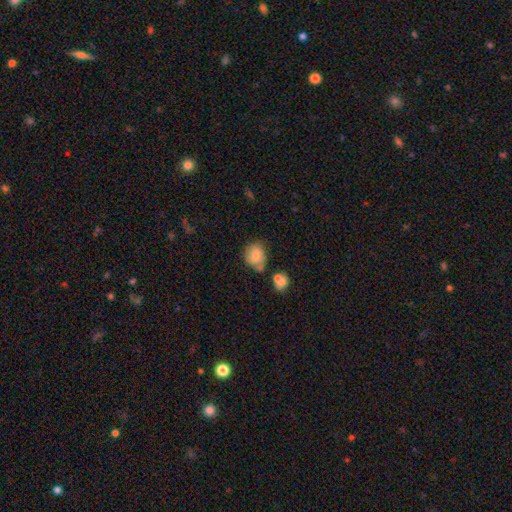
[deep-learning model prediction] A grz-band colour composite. It shows a smooth galaxy with no disk features (78%) that is round (55%). Merging: none (50%).